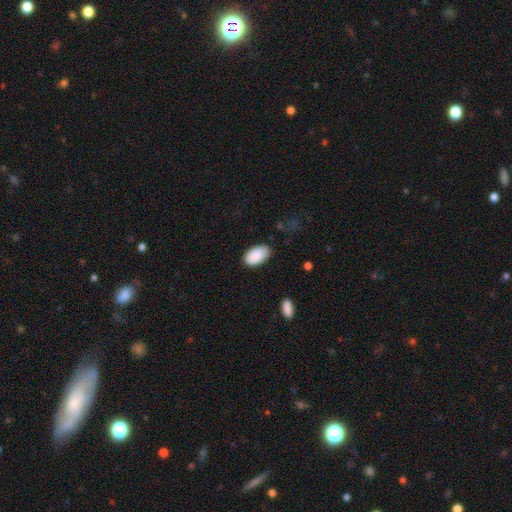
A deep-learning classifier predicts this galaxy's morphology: Smooth or featured: smooth — 90% (star or artifact — 6%)
How rounded: in between — 95% (round — 4%)
Merging: none — 81% (minor disturbance — 15%)